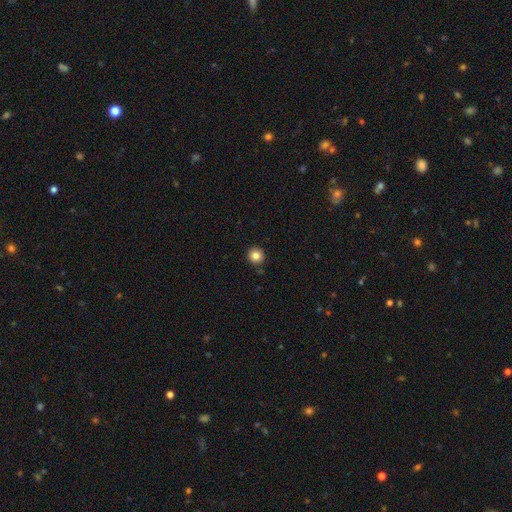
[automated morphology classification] Q: Smooth or featured?
A: smooth (83%); runner-up: star or artifact (11%)
Q: How rounded?
A: round (94%); runner-up: in between (5%)
Q: Merging?
A: none (90%); runner-up: minor disturbance (6%)